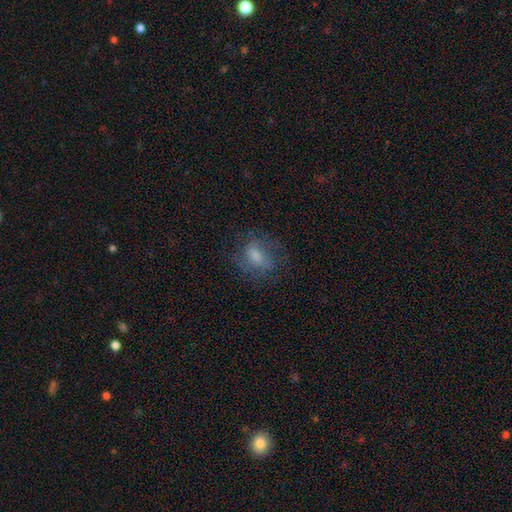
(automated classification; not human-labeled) Smooth or featured?
  - smooth: 50% *
  - featured or disk: 37%
  - star or artifact: 14%
Merging?
  - none: 67% *
  - minor disturbance: 18%
  - major disturbance: 13%
  - merger: 1%